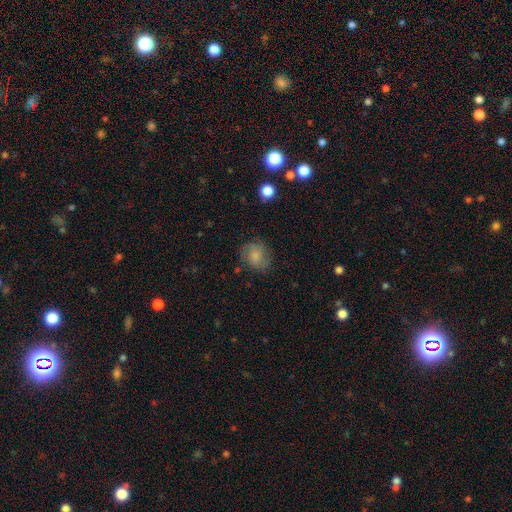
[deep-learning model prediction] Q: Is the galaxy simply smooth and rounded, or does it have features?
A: smooth — 65%.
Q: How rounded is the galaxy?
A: round — 69%.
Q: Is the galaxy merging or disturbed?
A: none — 74%.